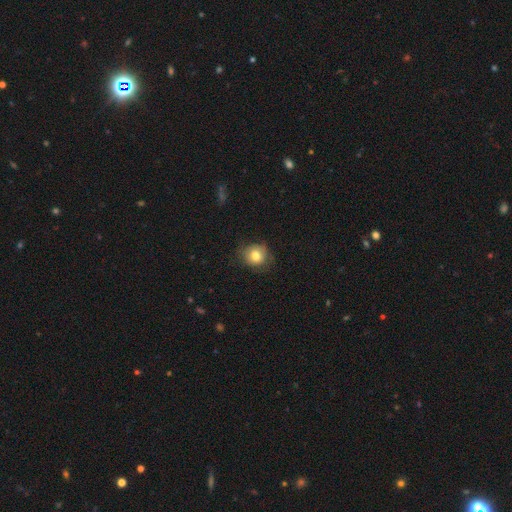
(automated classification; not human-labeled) The model was most divided on "merging": none: 71%, minor disturbance: 22%, major disturbance: 6%, merger: 1%. More confident: how rounded — round (80%); smooth or featured — smooth (79%).